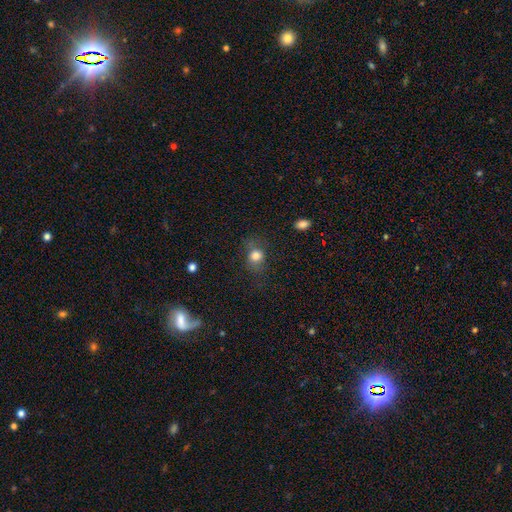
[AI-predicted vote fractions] A smooth galaxy with no disk features (79%) that is round (63%). Merging: none (66%).